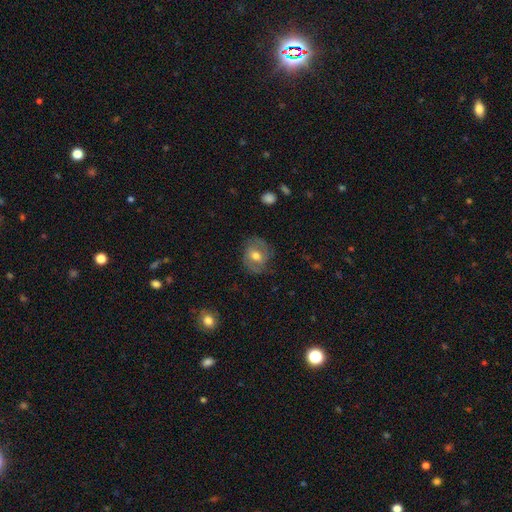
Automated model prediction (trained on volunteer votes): Smooth or featured? Predicted: smooth (p=0.47). Merging? Predicted: none (p=0.71).